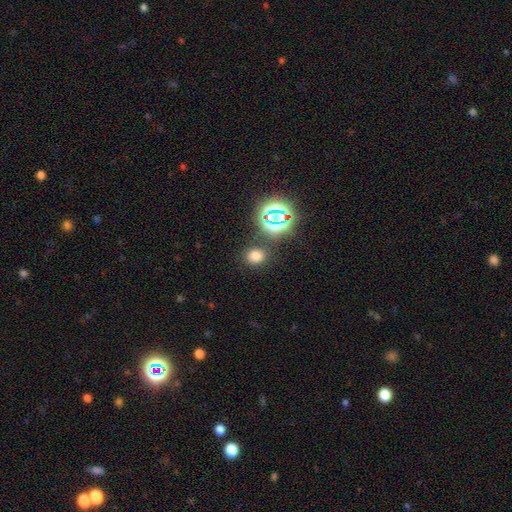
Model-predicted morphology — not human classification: This is likely a smooth galaxy (68%). How rounded: likely round (65%). Merging: clearly none (82%).